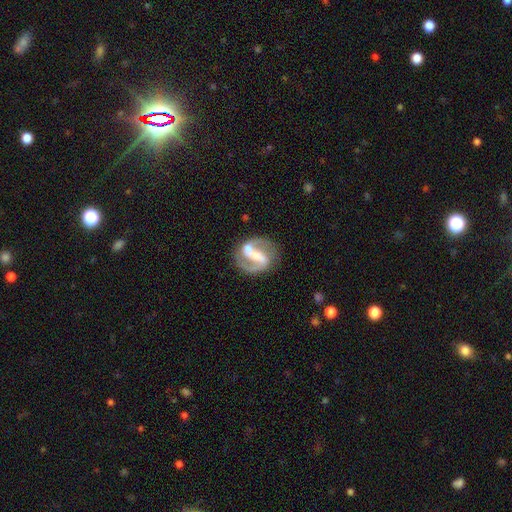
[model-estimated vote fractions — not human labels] This appears to be a featured or disk galaxy (86%) with a strong bar (54%), 2 (91%) medium (56%) spiral arms (93%) and a moderate central bulge (40%). Merging: none (70%).